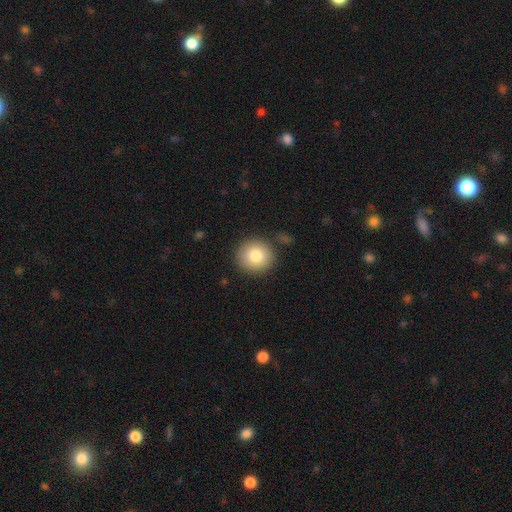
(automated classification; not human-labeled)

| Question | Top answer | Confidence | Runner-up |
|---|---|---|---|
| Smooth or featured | smooth | 82% | featured or disk (9%) |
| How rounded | round | 92% | in between (8%) |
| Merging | none | 86% | minor disturbance (8%) |